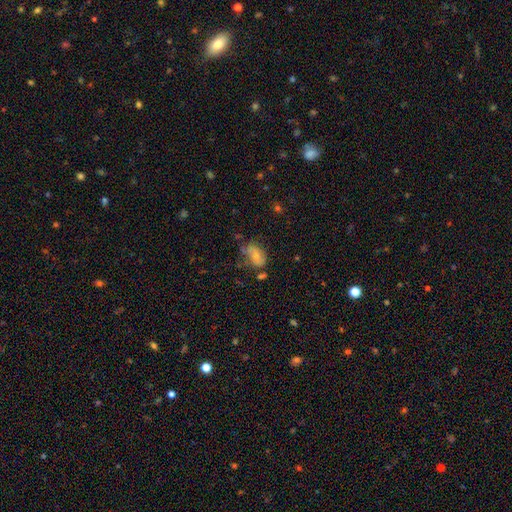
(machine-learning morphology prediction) Overall: smooth (65%). How rounded: in between (87%). Merging: none (42%; minor disturbance 31%).